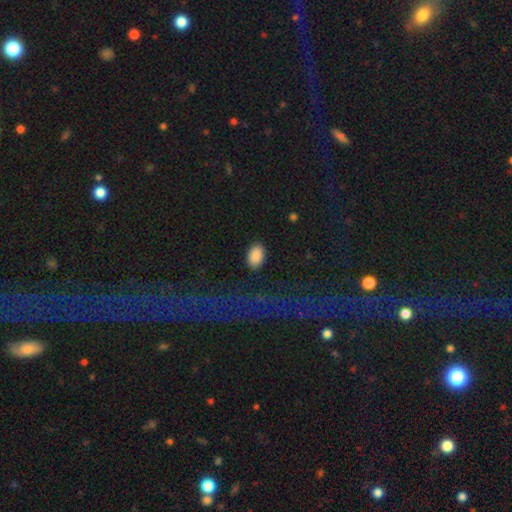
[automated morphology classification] This is clearly a smooth galaxy (89%). How rounded: clearly in between (89%). Merging: clearly none (87%).